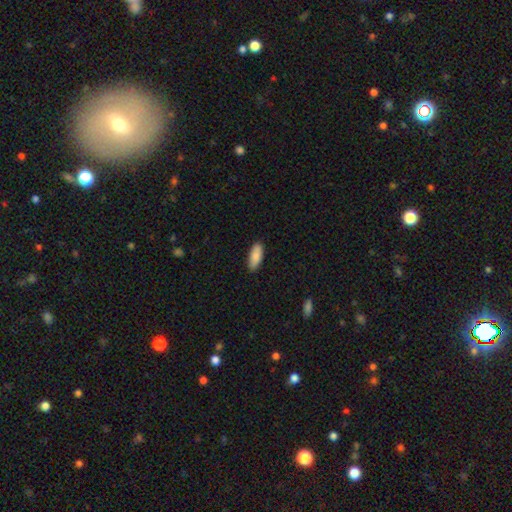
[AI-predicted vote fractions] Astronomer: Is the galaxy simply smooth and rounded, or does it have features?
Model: smooth — 88%.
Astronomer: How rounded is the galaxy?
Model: in between — 76%.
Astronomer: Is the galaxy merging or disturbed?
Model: none — 89%.